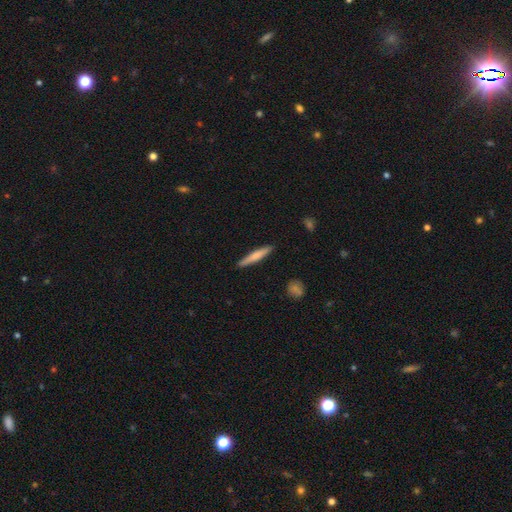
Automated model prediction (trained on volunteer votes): This appears to be a smooth galaxy with no disk features (70%) that is cigar-shaped (94%). Merging: none (90%).